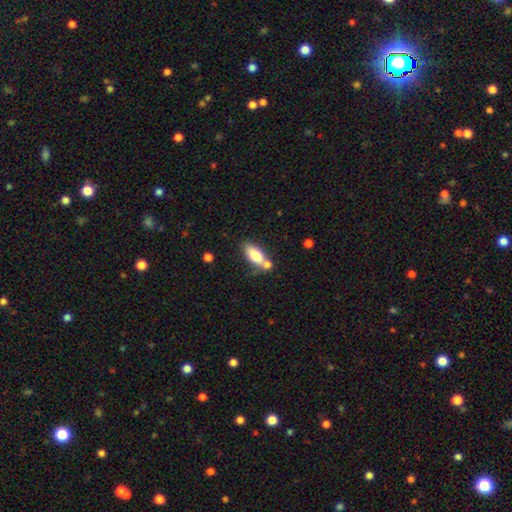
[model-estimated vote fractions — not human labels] Smooth or featured? smooth (75%)
How rounded? in between (84%)
Merging? none (50%)